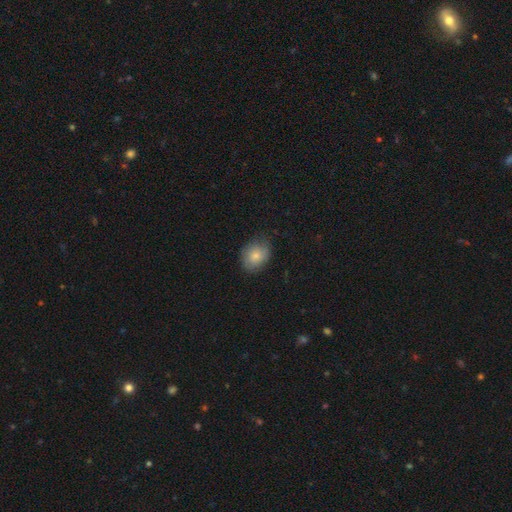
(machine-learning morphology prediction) type=smooth (80%); roundness=in between (54%); merging=none (76%).